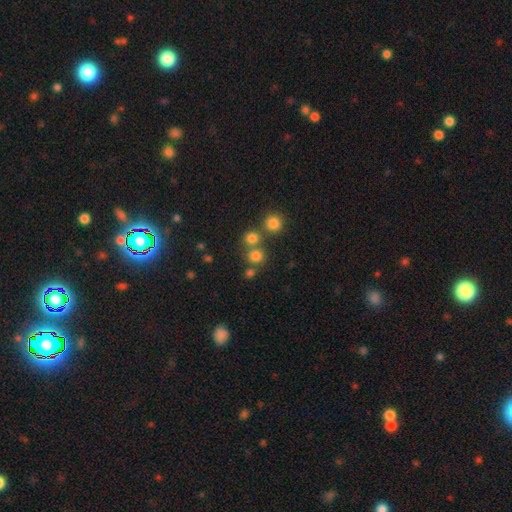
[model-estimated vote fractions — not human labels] smooth_or_featured: smooth (p=0.76) [alt: star or artifact p=0.17]
how_rounded: round (p=0.86) [alt: in between p=0.13]
merging: none (p=0.63) [alt: merger p=0.26]